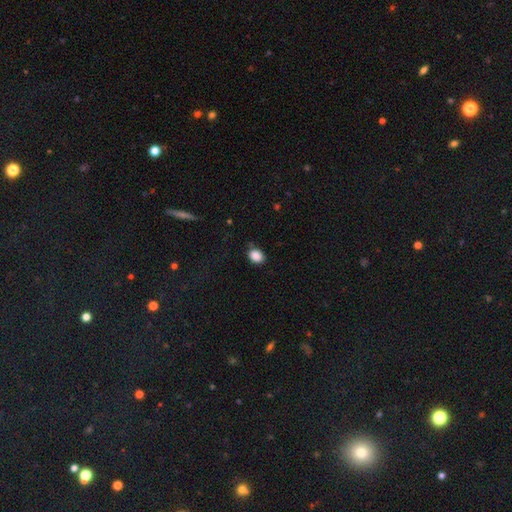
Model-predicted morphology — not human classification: A smooth galaxy with no disk features (88%) that is in between round and cigar-shaped (61%).

Vote fractions:
- Smooth or featured? smooth: 88% / star or artifact: 9% / featured or disk: 3%
- How rounded? in between: 61% / round: 38% / cigar-shaped: 1%
- Merging? none: 75% / minor disturbance: 18% / major disturbance: 4% / merger: 2%